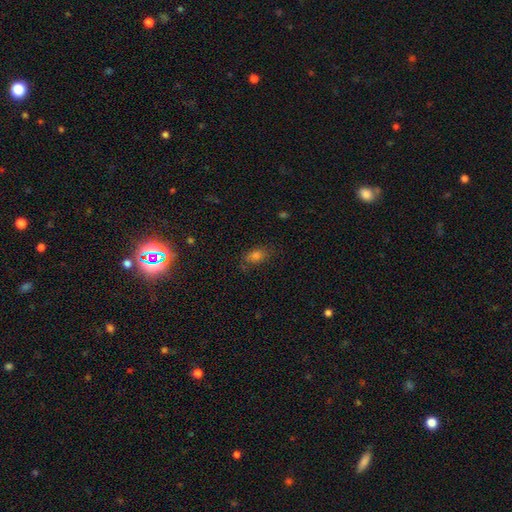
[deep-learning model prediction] Smooth or featured: smooth — 62% (star or artifact — 27%)
How rounded: in between — 76% (round — 19%)
Merging: none — 76% (minor disturbance — 17%)